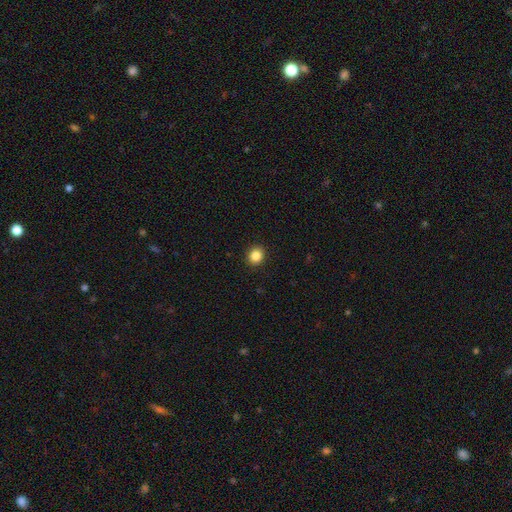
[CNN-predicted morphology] Smooth or featured? Predicted: smooth (p=0.86). How rounded? Predicted: round (p=0.81). Merging? Predicted: none (p=0.92).